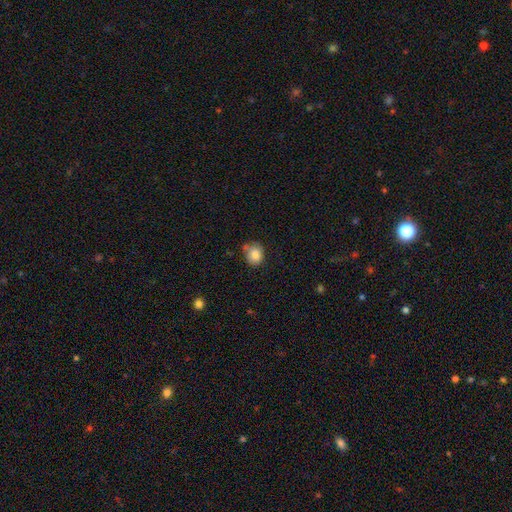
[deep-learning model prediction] A smooth galaxy with no disk features (84%) that is round (65%). Merging: none (61%).